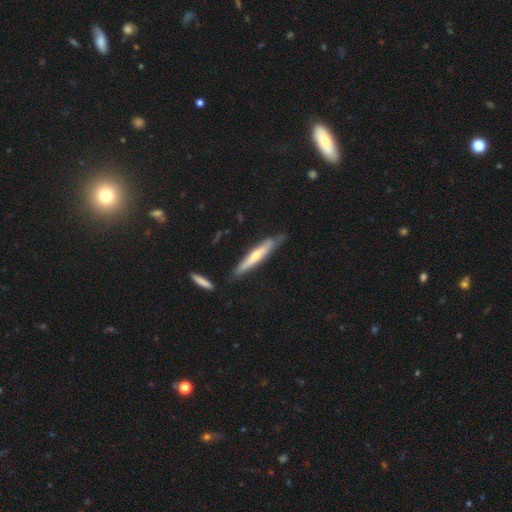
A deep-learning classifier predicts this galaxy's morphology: smooth-or-featured: featured or disk: 53% | smooth: 42% | star or artifact: 5%
  disk-edge-on: yes: 87% | no: 13%
  merging: none: 73% | minor disturbance: 19% | merger: 4% | major disturbance: 4%